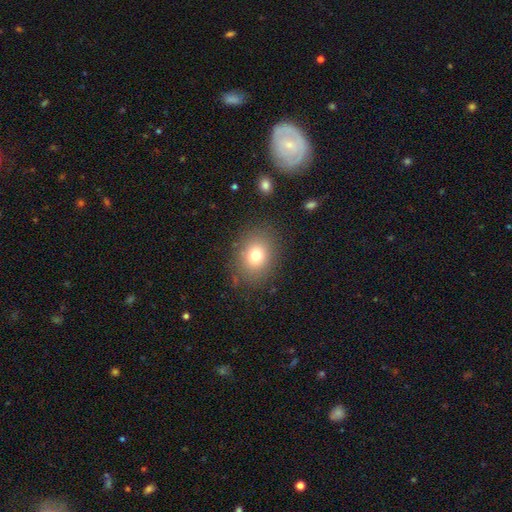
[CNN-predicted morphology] Smooth or featured?
  - smooth: 76% *
  - star or artifact: 12%
  - featured or disk: 12%
How rounded?
  - in between: 53% *
  - round: 46%
  - cigar-shaped: 1%
Merging?
  - none: 84% *
  - minor disturbance: 10%
  - major disturbance: 4%
  - merger: 2%